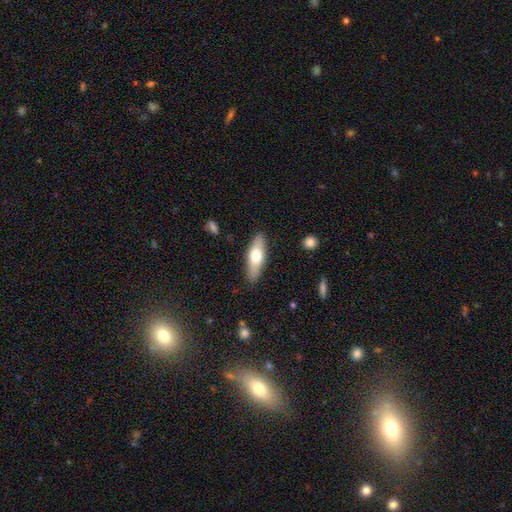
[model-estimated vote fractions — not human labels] Q: Smooth or featured?
A: smooth (62%); runner-up: featured or disk (32%)
Q: How rounded?
A: in between (56%); runner-up: cigar-shaped (42%)
Q: Merging?
A: none (86%); runner-up: minor disturbance (10%)